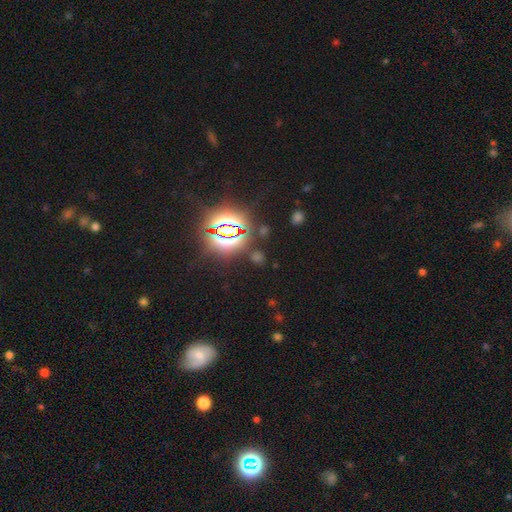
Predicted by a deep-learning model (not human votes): Smooth or featured? Predicted: star or artifact (p=0.72).